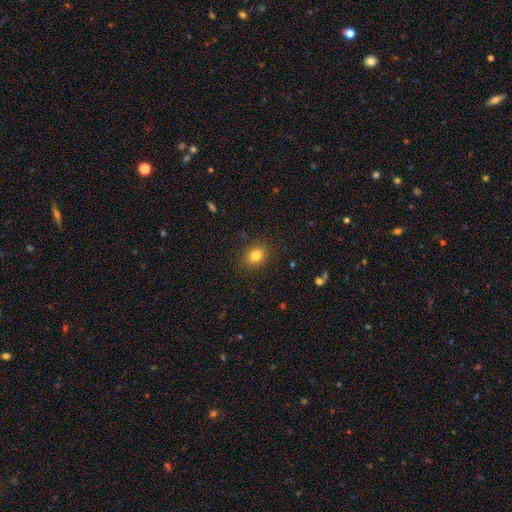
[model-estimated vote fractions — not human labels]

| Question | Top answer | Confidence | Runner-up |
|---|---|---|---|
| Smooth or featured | smooth | 81% | star or artifact (12%) |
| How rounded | round | 57% | in between (42%) |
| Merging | none | 88% | minor disturbance (8%) |